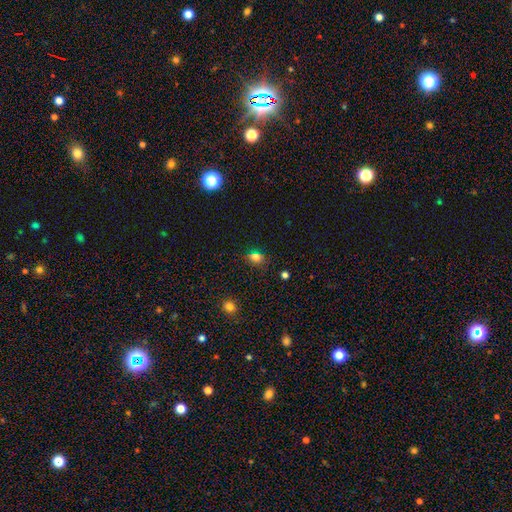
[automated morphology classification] smooth_or_featured: smooth (p=0.72) [alt: star or artifact p=0.22]
how_rounded: in between (p=0.56) [alt: round p=0.42]
merging: none (p=0.81) [alt: minor disturbance p=0.12]